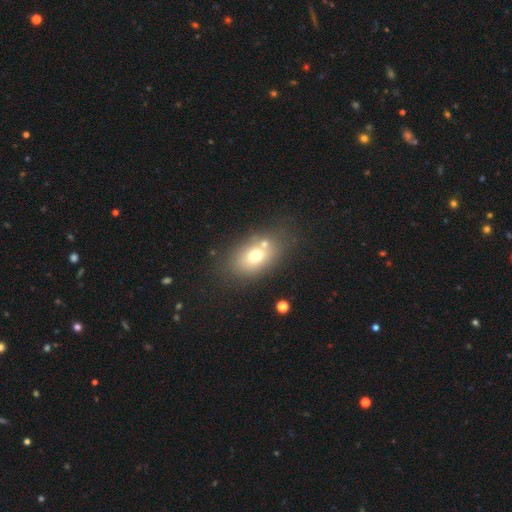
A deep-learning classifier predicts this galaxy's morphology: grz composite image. It shows a smooth galaxy with no disk features (68%) that is in between round and cigar-shaped (78%). Merging: none (64%).